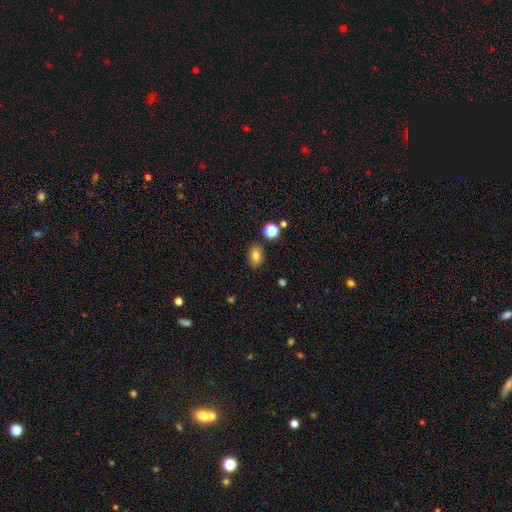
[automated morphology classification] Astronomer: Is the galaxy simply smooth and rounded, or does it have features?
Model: smooth — 79%.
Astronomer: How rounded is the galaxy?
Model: in between — 80%.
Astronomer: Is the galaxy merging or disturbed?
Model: none — 84%.